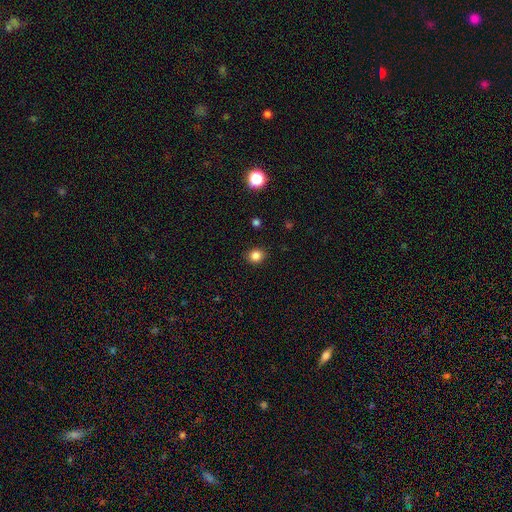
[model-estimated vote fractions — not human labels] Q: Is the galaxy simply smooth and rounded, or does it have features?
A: smooth — 83%.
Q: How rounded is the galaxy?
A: round — 79%.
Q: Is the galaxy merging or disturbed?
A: none — 90%.